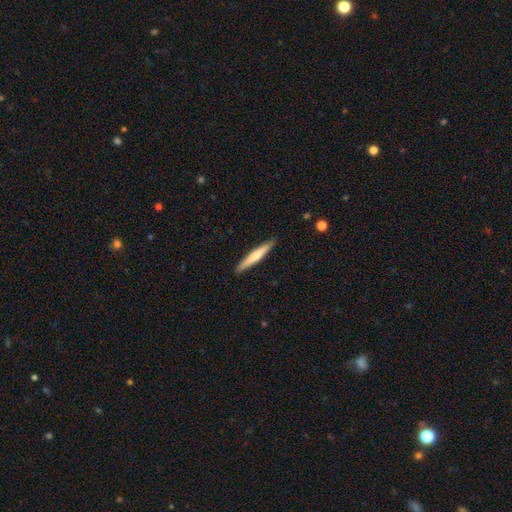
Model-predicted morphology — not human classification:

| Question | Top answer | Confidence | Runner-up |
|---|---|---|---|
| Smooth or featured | smooth | 60% | featured or disk (35%) |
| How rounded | cigar-shaped | 95% | in between (4%) |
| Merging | none | 91% | minor disturbance (7%) |